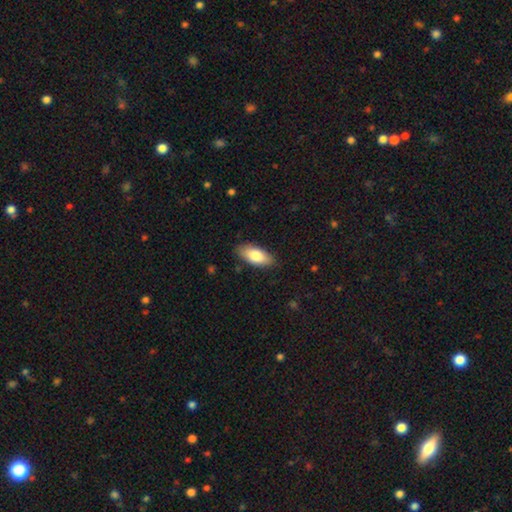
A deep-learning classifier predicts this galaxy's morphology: A smooth galaxy with no disk features (80%) that is in between round and cigar-shaped (86%).

Vote fractions:
- Smooth or featured? smooth: 80% / featured or disk: 14% / star or artifact: 6%
- How rounded? in between: 86% / cigar-shaped: 12% / round: 2%
- Merging? none: 85% / minor disturbance: 11% / major disturbance: 2% / merger: 1%